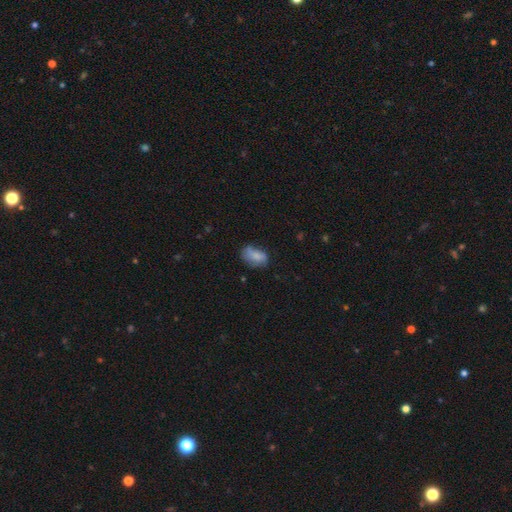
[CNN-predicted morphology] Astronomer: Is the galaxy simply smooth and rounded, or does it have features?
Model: smooth — 73%.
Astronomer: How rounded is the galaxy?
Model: in between — 88%.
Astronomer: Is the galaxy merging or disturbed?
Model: none — 49% (runner-up: minor disturbance, 33%).